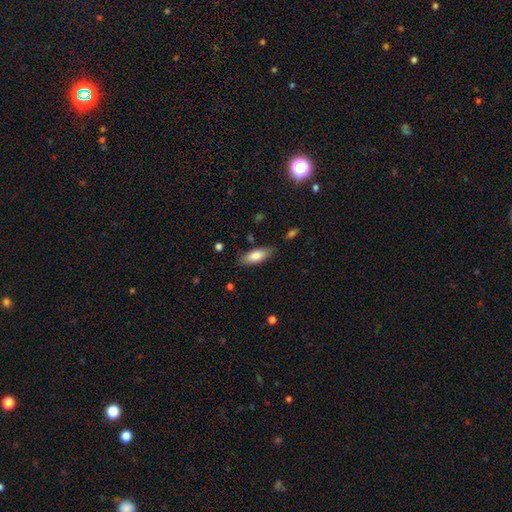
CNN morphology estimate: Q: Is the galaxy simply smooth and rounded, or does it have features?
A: smooth — 80%.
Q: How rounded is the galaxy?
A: in between — 73%.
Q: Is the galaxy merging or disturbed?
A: none — 81%.